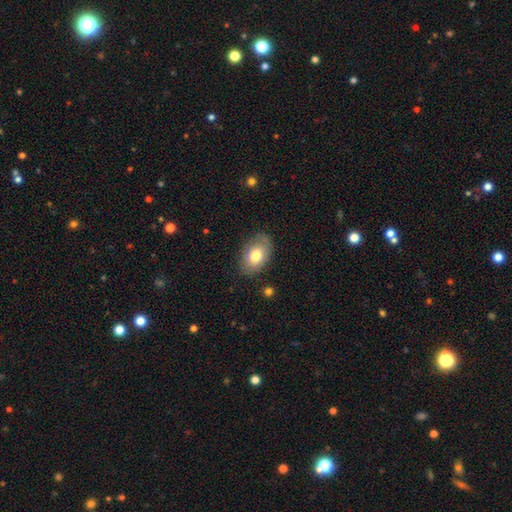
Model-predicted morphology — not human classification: smooth-or-featured: smooth: 75% | featured or disk: 17% | star or artifact: 7%
  how-rounded: in between: 88% | round: 11% | cigar-shaped: 1%
  merging: none: 81% | minor disturbance: 14% | major disturbance: 3% | merger: 2%